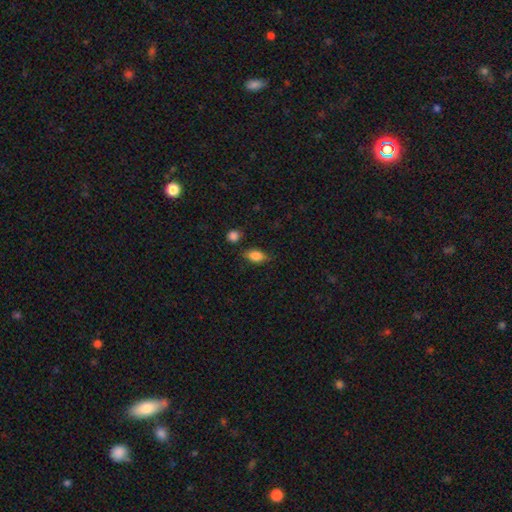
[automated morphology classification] type=smooth (83%); roundness=in between (84%); merging=none (72%).